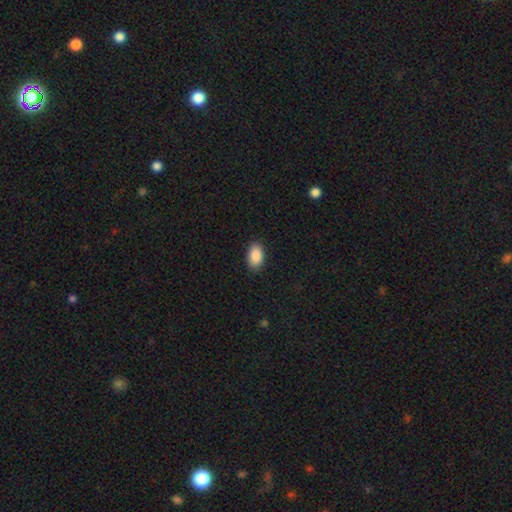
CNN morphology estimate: The model was most divided on "merging": none: 88%, minor disturbance: 9%, major disturbance: 2%, merger: 1%. More confident: how rounded — in between (92%); smooth or featured — smooth (90%).